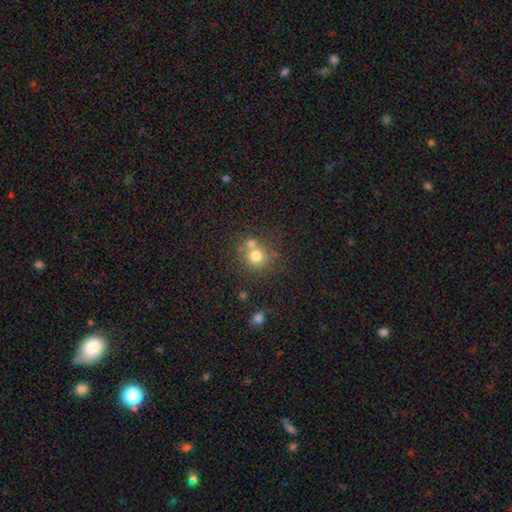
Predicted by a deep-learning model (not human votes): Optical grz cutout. It shows a smooth galaxy with no disk features (73%) that is round (87%). Merging: none (55%).